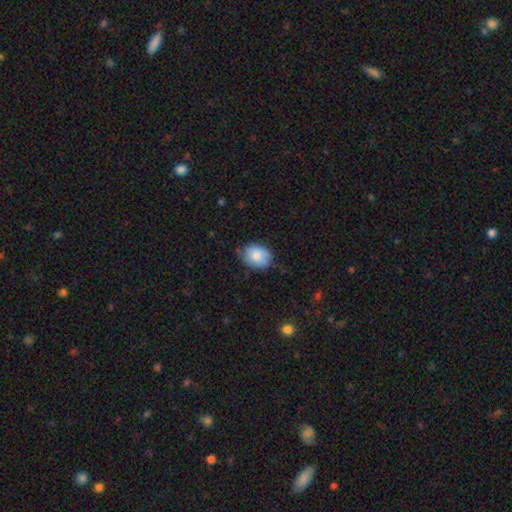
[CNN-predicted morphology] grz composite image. It shows a smooth galaxy with no disk features (82%) that is in between round and cigar-shaped (60%). Merging: none (71%).